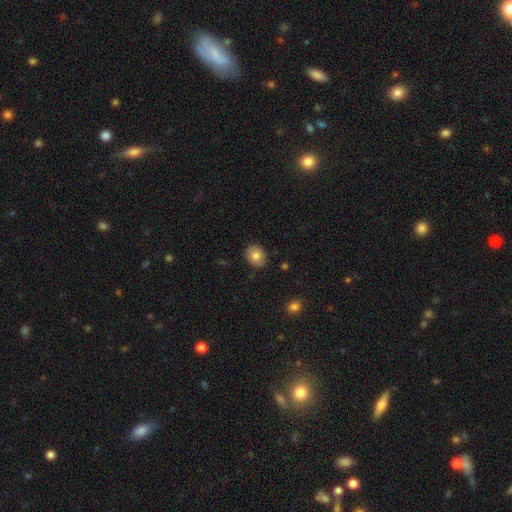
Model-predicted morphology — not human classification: Smooth or featured? smooth (81%)
How rounded? round (56%)
Merging? none (87%)